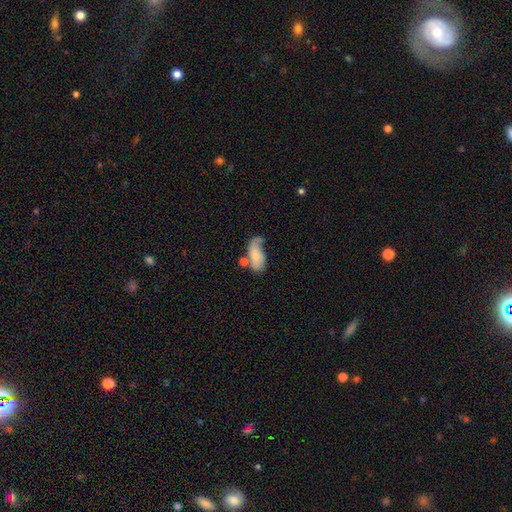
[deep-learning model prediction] The model was most divided on "merging": none: 31%, minor disturbance: 27%, major disturbance: 21%, merger: 20%. More confident: how rounded — in between (89%); smooth or featured — smooth (64%).